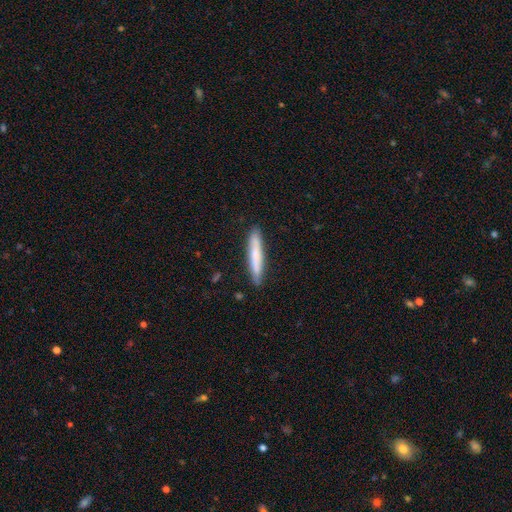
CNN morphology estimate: smooth 71%, featured or disk 23%, star or artifact 6%. Down the decision tree: how rounded — cigar-shaped (94%); merging — none (88%).